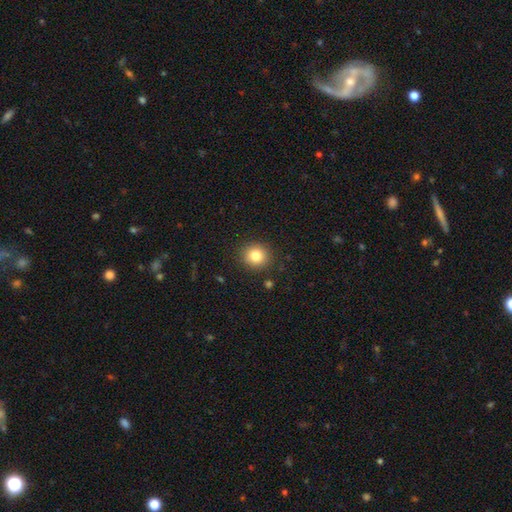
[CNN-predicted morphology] A smooth galaxy with no disk features (82%) that is round (87%). Merging: none (89%).